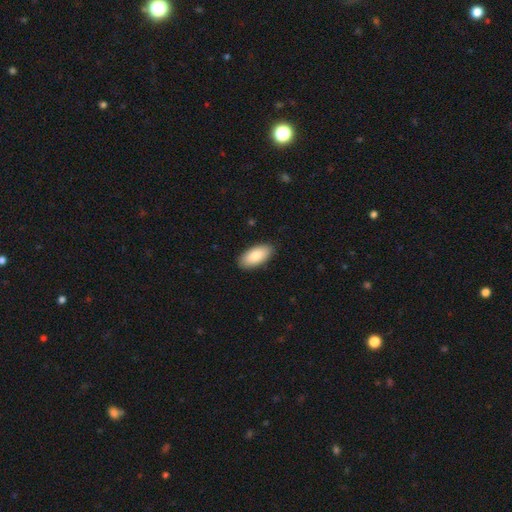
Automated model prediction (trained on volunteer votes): smooth 87%, featured or disk 8%, star or artifact 6%. Down the decision tree: how rounded — in between (93%); merging — none (88%).